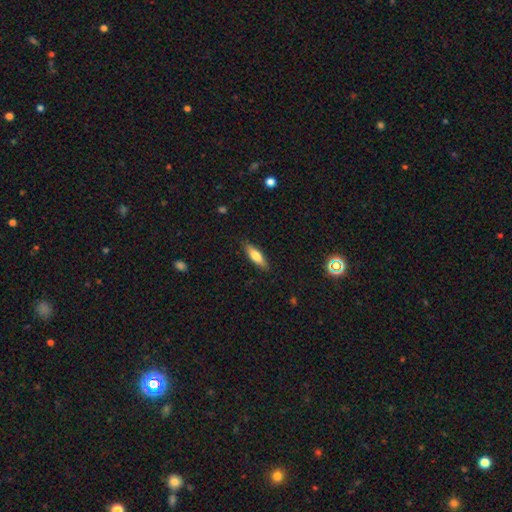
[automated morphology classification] Smooth or featured: smooth — 69% (featured or disk — 24%)
How rounded: cigar-shaped — 52% (in between — 46%)
Merging: none — 86% (minor disturbance — 10%)